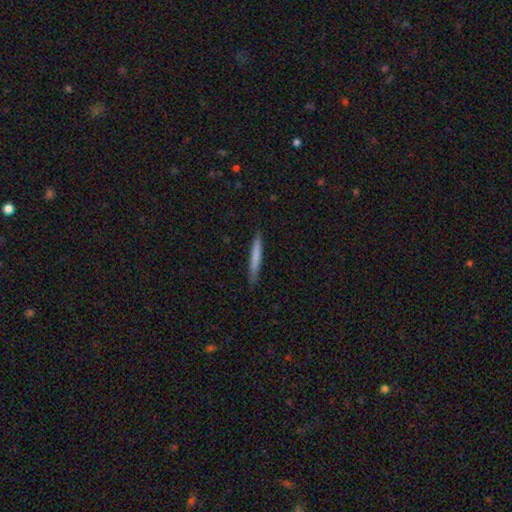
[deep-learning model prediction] This is likely a smooth galaxy (73%). How rounded: clearly cigar-shaped (96%). Merging: clearly none (88%).